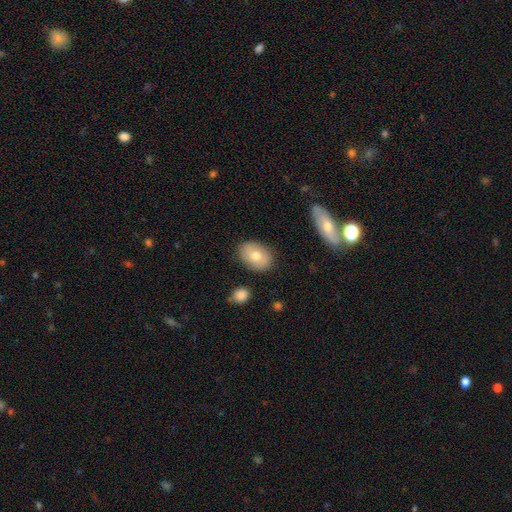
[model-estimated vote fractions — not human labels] Q: Smooth or featured?
A: smooth (70%); runner-up: featured or disk (23%)
Q: How rounded?
A: in between (80%); runner-up: round (18%)
Q: Merging?
A: none (83%); runner-up: minor disturbance (12%)